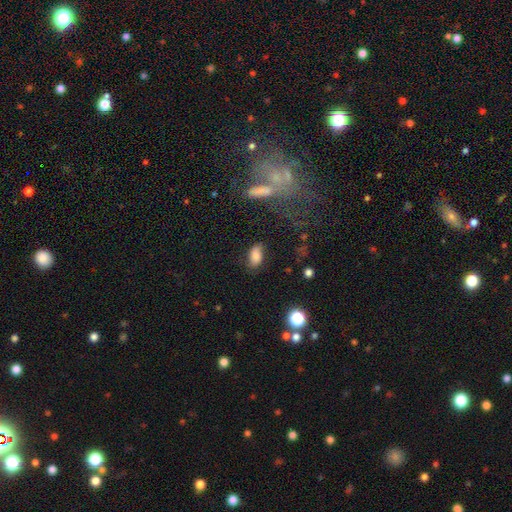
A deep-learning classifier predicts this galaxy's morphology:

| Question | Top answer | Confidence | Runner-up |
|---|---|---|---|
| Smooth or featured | smooth | 75% | featured or disk (14%) |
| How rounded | in between | 90% | round (7%) |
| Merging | none | 69% | minor disturbance (21%) |